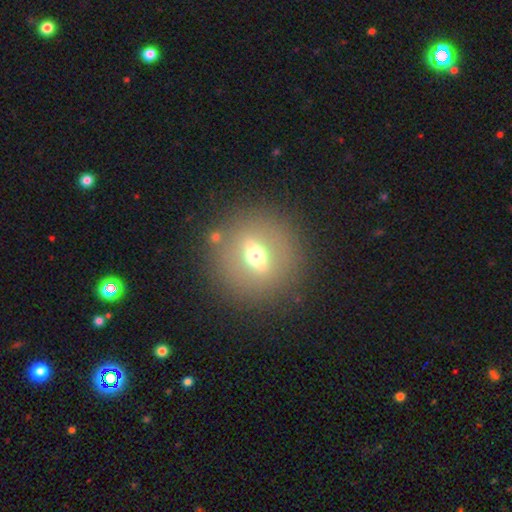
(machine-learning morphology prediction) This is possibly a featured or disk galaxy (57%). It is possibly not viewed edge-on (52%). Merging: clearly none (86%).